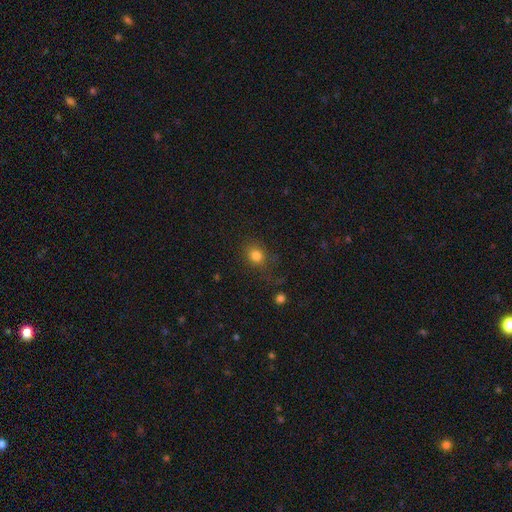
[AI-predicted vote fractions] smooth 80%, star or artifact 14%, featured or disk 6%. Down the decision tree: how rounded — round (64%); merging — none (75%).